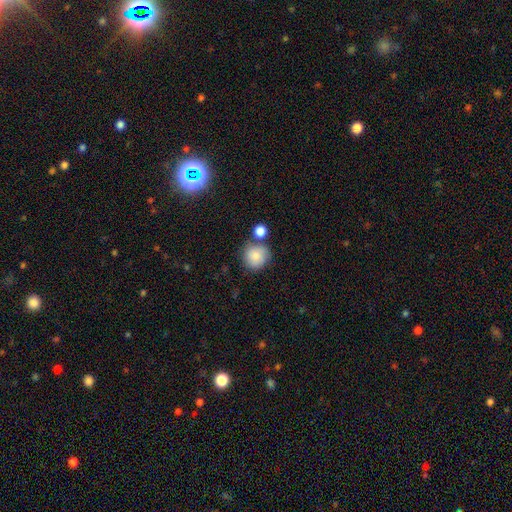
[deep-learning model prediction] Smooth or featured? Predicted: smooth (p=0.84). How rounded? Predicted: round (p=0.89). Merging? Predicted: none (p=0.65).